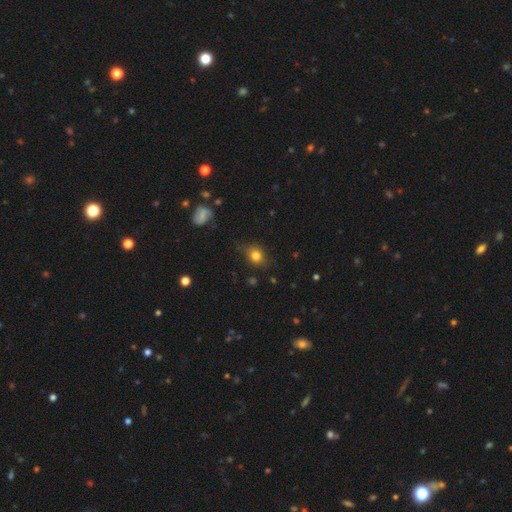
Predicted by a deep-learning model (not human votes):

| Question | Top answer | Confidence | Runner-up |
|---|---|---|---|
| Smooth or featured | smooth | 79% | star or artifact (11%) |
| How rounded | round | 61% | in between (38%) |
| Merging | none | 73% | minor disturbance (20%) |